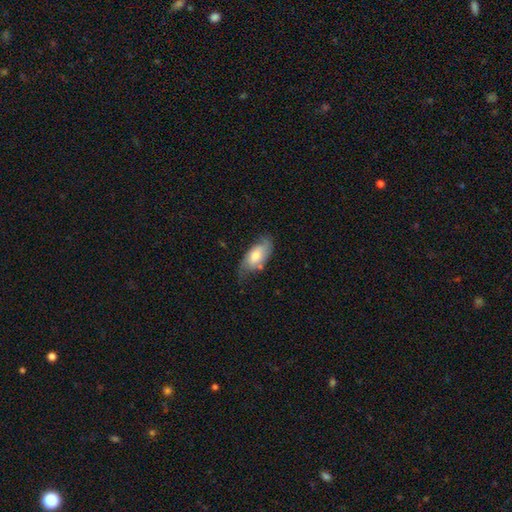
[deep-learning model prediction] Smooth or featured: smooth — 51% (featured or disk — 42%)
How rounded: in between — 91% (cigar-shaped — 6%)
Merging: none — 57% (minor disturbance — 29%)